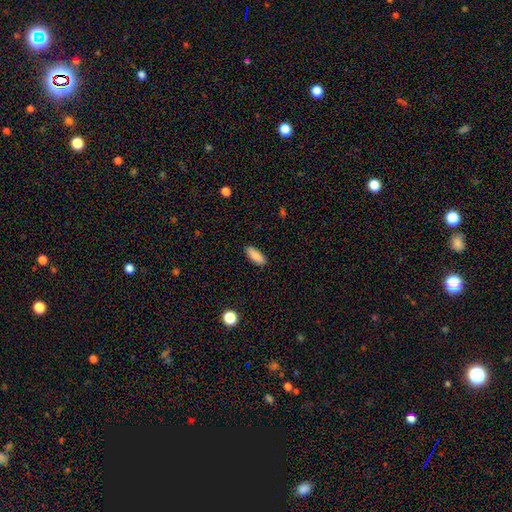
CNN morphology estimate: Smooth or featured?
  - smooth: 87% *
  - star or artifact: 7%
  - featured or disk: 7%
How rounded?
  - in between: 65% *
  - cigar-shaped: 33%
  - round: 2%
Merging?
  - none: 89% *
  - minor disturbance: 8%
  - major disturbance: 2%
  - merger: 1%